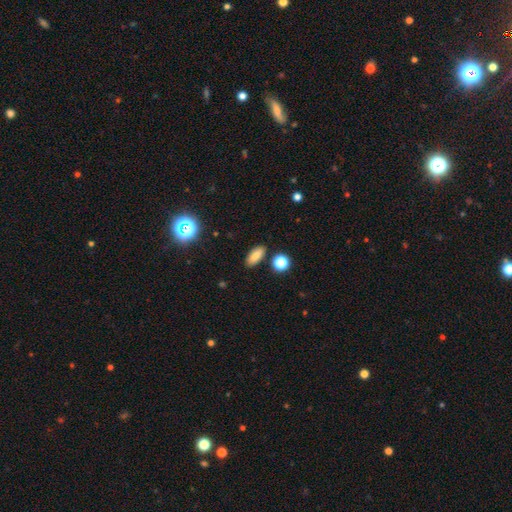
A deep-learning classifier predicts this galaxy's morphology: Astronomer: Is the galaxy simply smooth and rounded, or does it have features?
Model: smooth — 80%.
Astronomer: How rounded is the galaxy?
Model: in between — 81%.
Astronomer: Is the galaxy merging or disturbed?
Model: none — 86%.